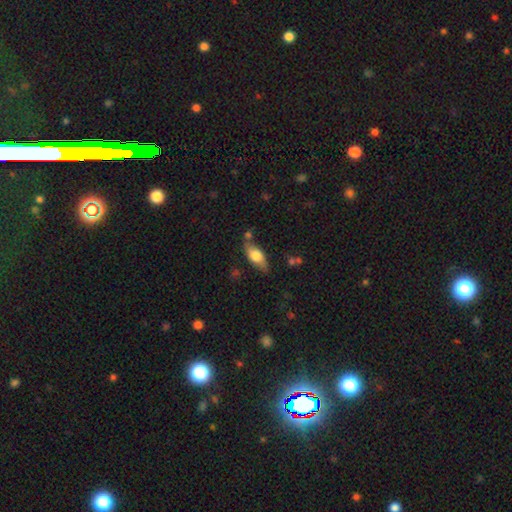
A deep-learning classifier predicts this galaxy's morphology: This is likely a smooth galaxy (66%). How rounded: likely in between (79%). Merging: likely none (70%).